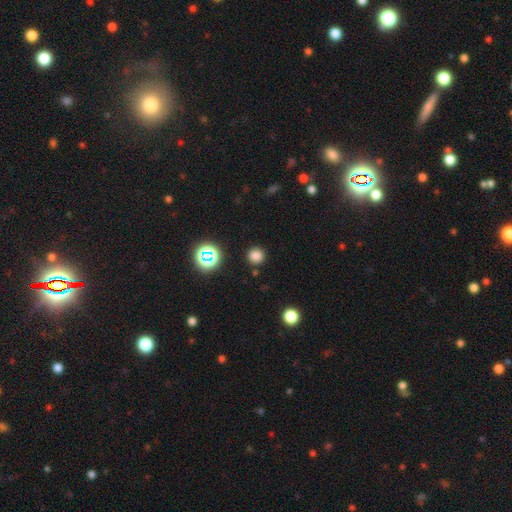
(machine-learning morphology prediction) smooth-or-featured: smooth: 77% | star or artifact: 19% | featured or disk: 5%
  how-rounded: round: 93% | in between: 6% | cigar-shaped: 1%
  merging: none: 89% | minor disturbance: 6% | major disturbance: 3% | merger: 2%